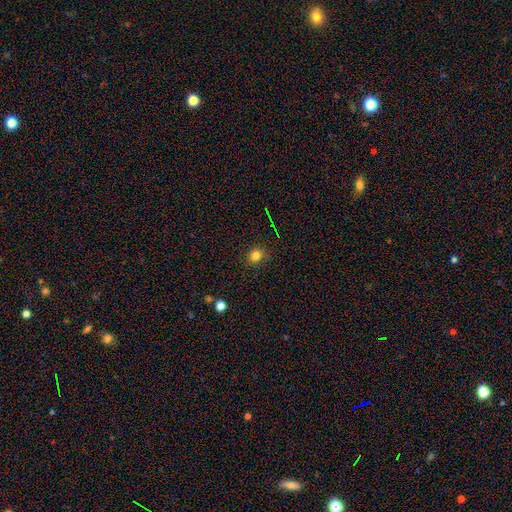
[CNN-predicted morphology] Smooth or featured?
  - smooth: 81% *
  - star or artifact: 14%
  - featured or disk: 5%
How rounded?
  - round: 80% *
  - in between: 19%
  - cigar-shaped: 1%
Merging?
  - none: 89% *
  - minor disturbance: 8%
  - major disturbance: 2%
  - merger: 1%